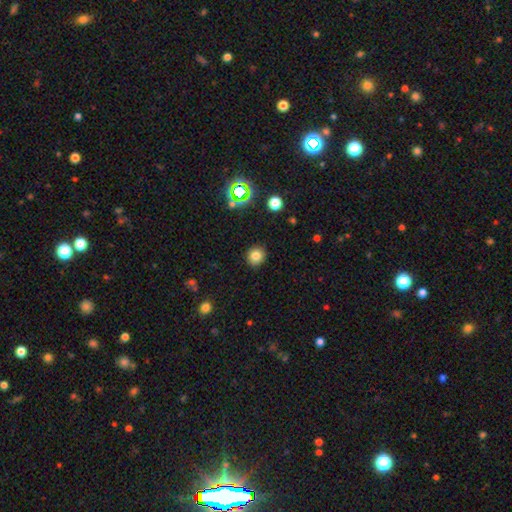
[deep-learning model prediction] Q: Smooth or featured?
A: smooth (79%); runner-up: star or artifact (14%)
Q: How rounded?
A: round (88%); runner-up: in between (11%)
Q: Merging?
A: none (90%); runner-up: minor disturbance (6%)